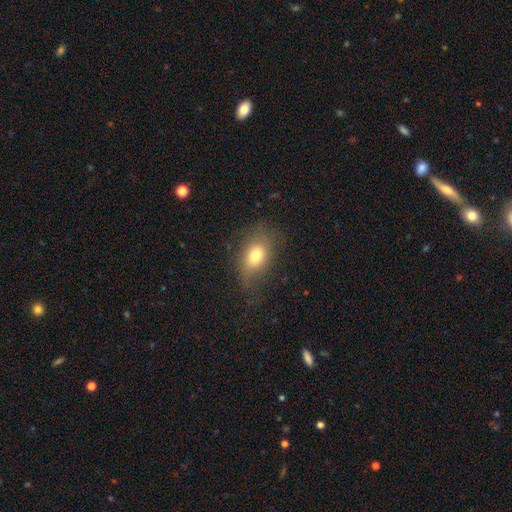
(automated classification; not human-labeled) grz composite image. It shows a smooth galaxy with no disk features (73%) that is in between round and cigar-shaped (79%). Merging: none (61%).